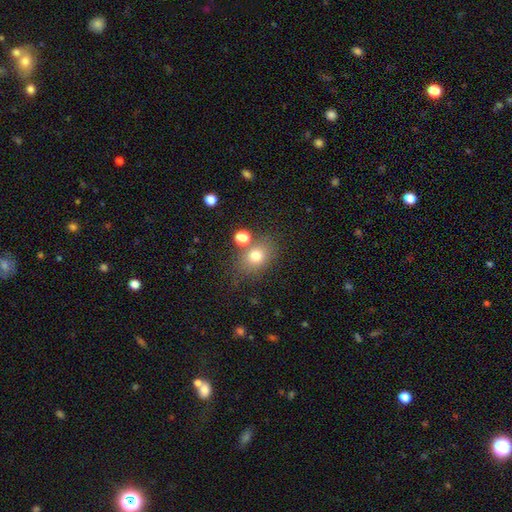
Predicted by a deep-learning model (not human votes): Overall: smooth (76%). How rounded: in between (54%; round 45%). Merging: none (68%).